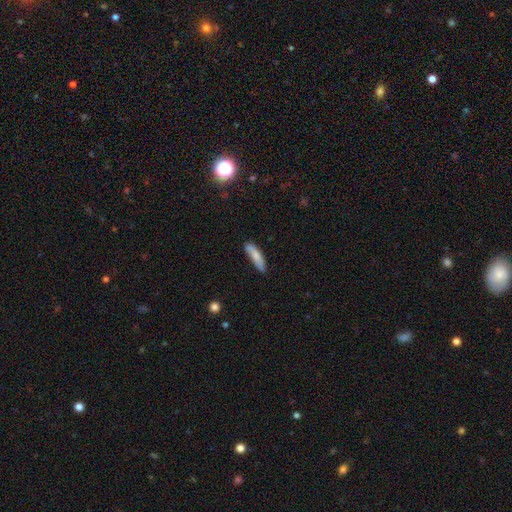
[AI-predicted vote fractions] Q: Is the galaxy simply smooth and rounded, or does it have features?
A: smooth — 75%.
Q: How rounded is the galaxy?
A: cigar-shaped — 72%.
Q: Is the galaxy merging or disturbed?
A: none — 68%.